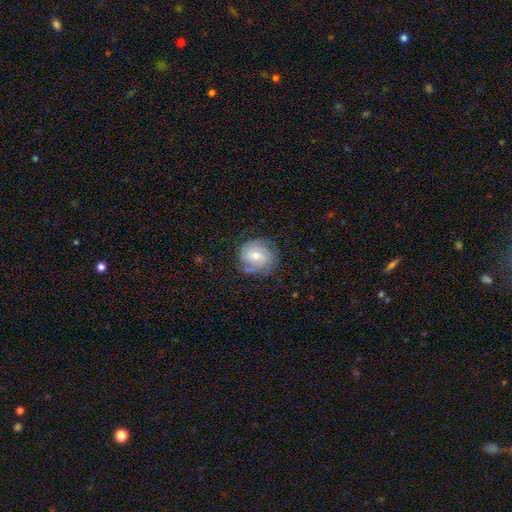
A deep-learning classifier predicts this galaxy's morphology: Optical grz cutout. It shows a smooth galaxy with no disk features (47%). Merging: none (70%).